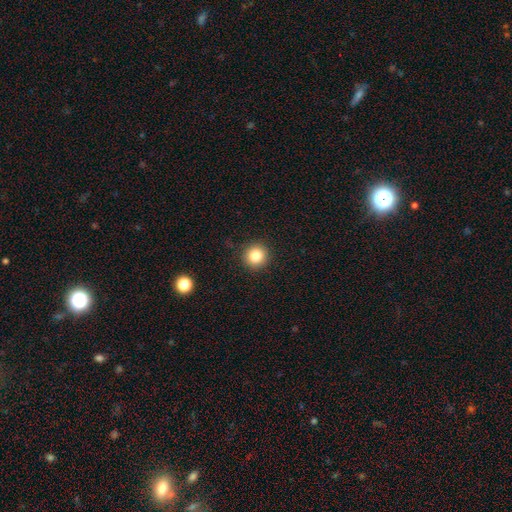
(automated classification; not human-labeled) The model was most divided on "smooth or featured": smooth: 85%, star or artifact: 10%, featured or disk: 5%. More confident: how rounded — round (93%); merging — none (90%).